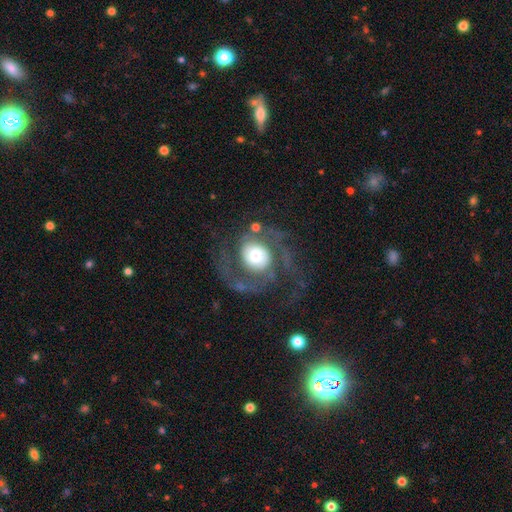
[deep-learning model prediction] Smooth or featured? featured or disk (73%)
Edge-on disk? no (97%)
Bar? no (76%)
Spiral arms? yes (84%)
Spiral winding? medium (44%)
Spiral arm count? 2 (62%)
Bulge size? moderate (44%)
Merging? none (48%)